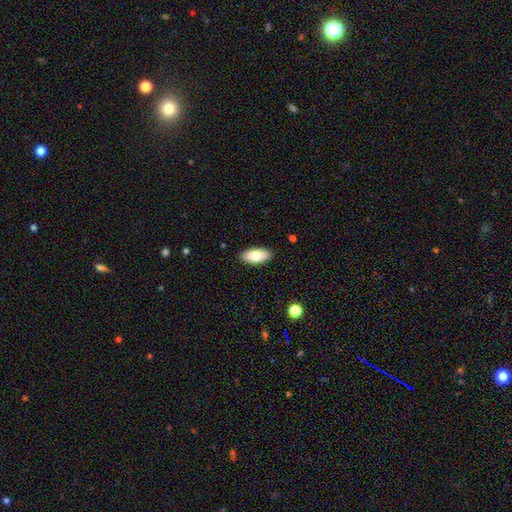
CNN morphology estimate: smooth_or_featured: smooth (p=0.82) [alt: featured or disk p=0.12]
how_rounded: in between (p=0.88) [alt: cigar-shaped p=0.10]
merging: none (p=0.89) [alt: minor disturbance p=0.08]